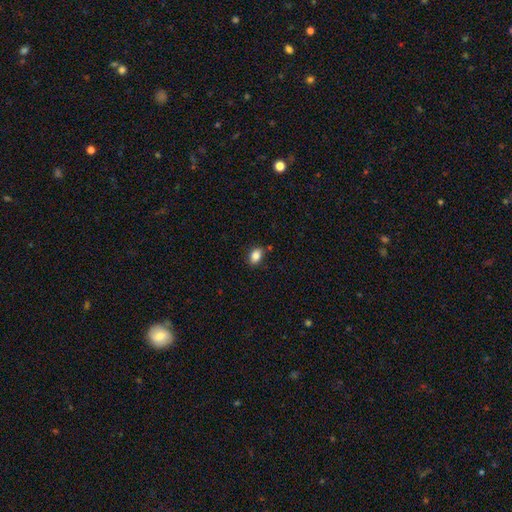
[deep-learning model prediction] The model was most divided on "how rounded": in between: 80%, round: 18%, cigar-shaped: 2%. More confident: smooth or featured — smooth (84%); merging — none (82%).